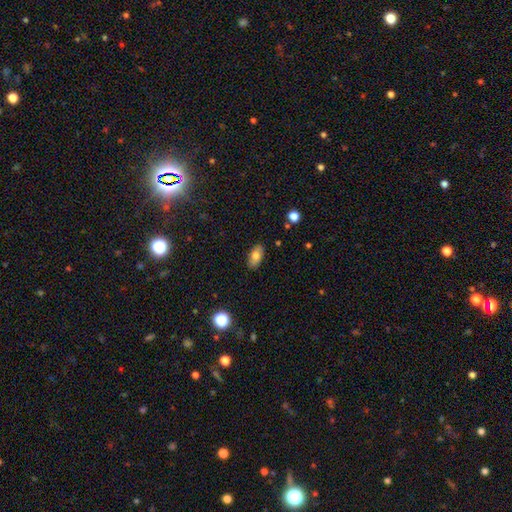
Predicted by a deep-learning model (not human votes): This appears to be a smooth galaxy with no disk features (78%) that is in between round and cigar-shaped (90%). Merging: none (87%).